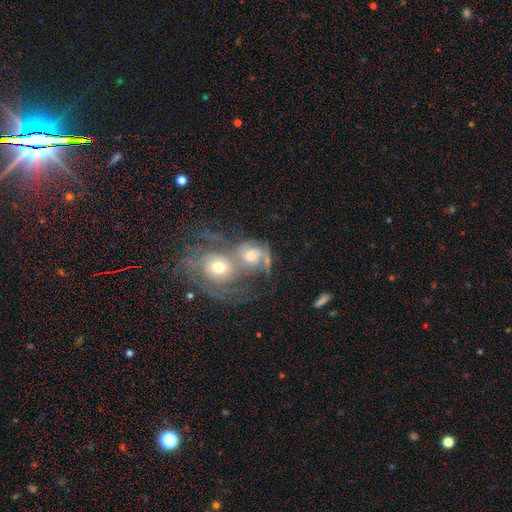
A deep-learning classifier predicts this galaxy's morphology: The model was most divided on "spiral arm count": 2: 41%, can't tell: 34%, 3: 10%, 1: 8%, 4: 4%, more than 4: 4%. Remaining: edge-on disk — no (96%); spiral arms — yes (81%); bar — no (74%); merging — merger (73%); smooth or featured — featured or disk (65%); bulge size — moderate (62%); spiral winding — tight (48%).